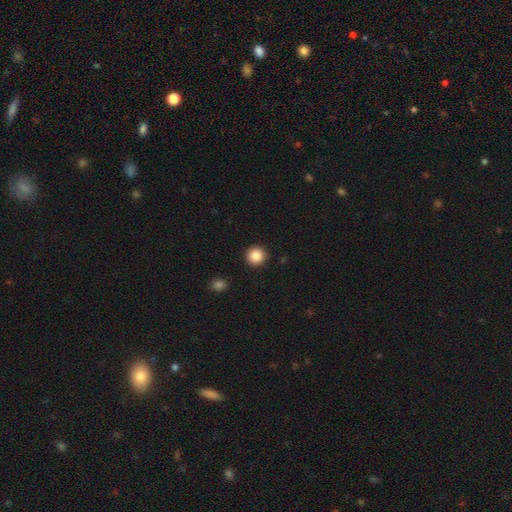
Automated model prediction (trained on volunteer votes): Smooth or featured? Predicted: smooth (p=0.88). How rounded? Predicted: round (p=0.95). Merging? Predicted: none (p=0.93).